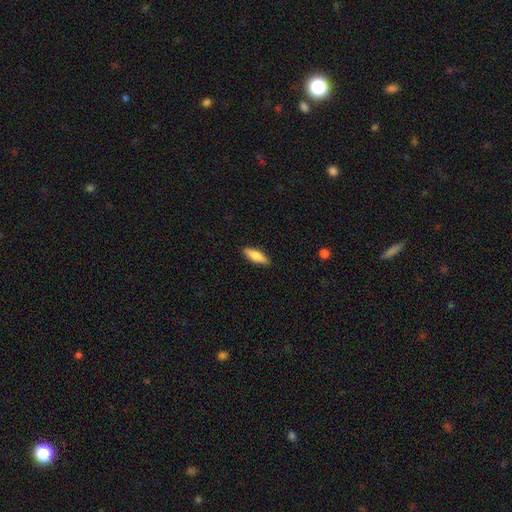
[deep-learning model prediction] Overall: smooth (78%). How rounded: in between (50%; cigar-shaped 48%). Merging: none (89%).